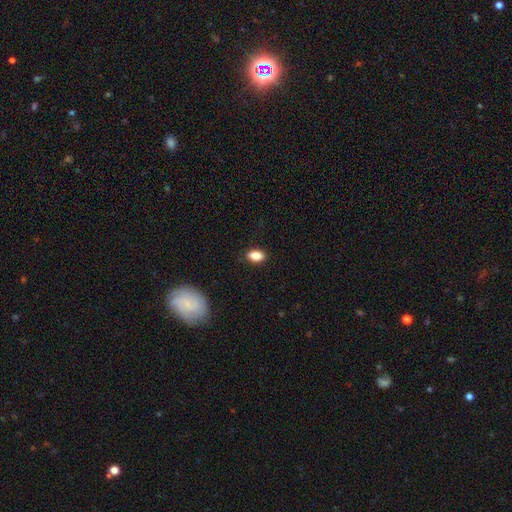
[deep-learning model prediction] smooth_or_featured: smooth (p=0.86) [alt: star or artifact p=0.08]
how_rounded: in between (p=0.88) [alt: round p=0.09]
merging: none (p=0.86) [alt: minor disturbance p=0.10]